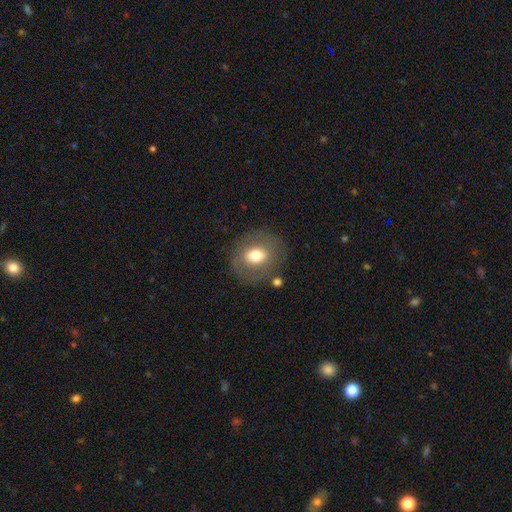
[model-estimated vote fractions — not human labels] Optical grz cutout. It shows a smooth galaxy with no disk features (62%) that is round (57%). Merging: none (77%).